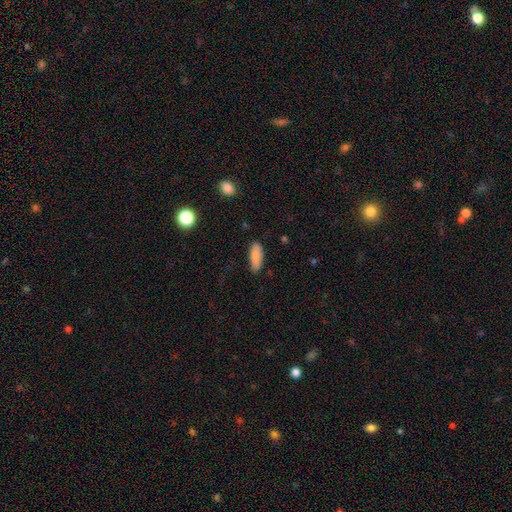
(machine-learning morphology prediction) smooth-or-featured: smooth: 86% | featured or disk: 8% | star or artifact: 7%
  how-rounded: in between: 72% | cigar-shaped: 26% | round: 2%
  merging: none: 84% | minor disturbance: 12% | major disturbance: 2% | merger: 1%